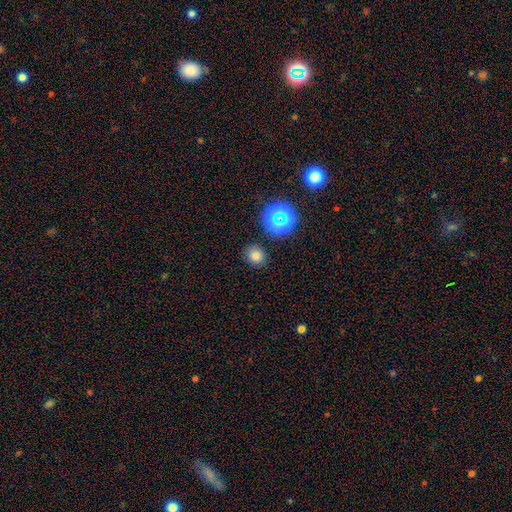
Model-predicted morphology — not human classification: Smooth or featured? Predicted: smooth (p=0.74). How rounded? Predicted: round (p=0.80). Merging? Predicted: none (p=0.86).